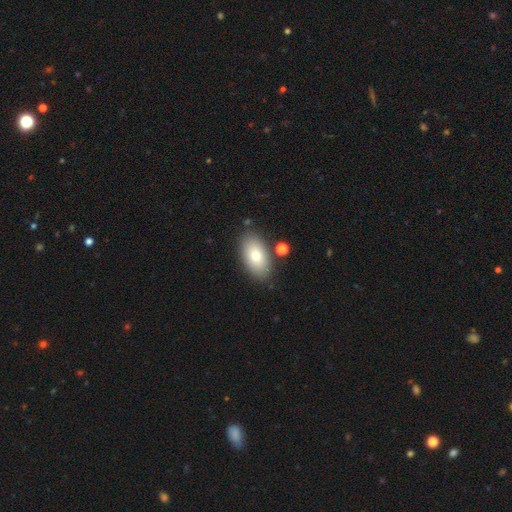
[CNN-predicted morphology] Q: Smooth or featured?
A: smooth (75%); runner-up: featured or disk (17%)
Q: How rounded?
A: in between (93%); runner-up: round (5%)
Q: Merging?
A: none (83%); runner-up: minor disturbance (10%)